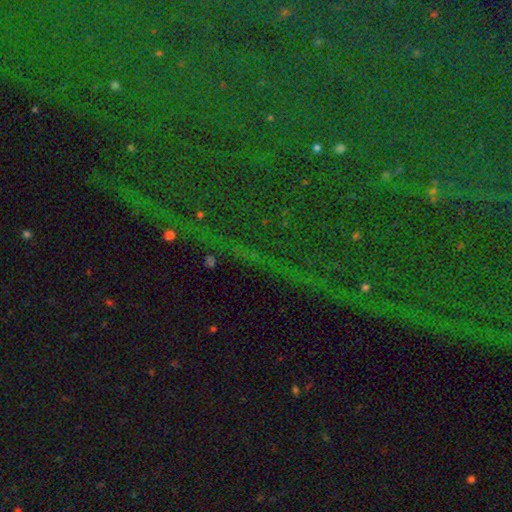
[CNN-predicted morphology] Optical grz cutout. It shows a star or artifact, not a galaxy (83%).